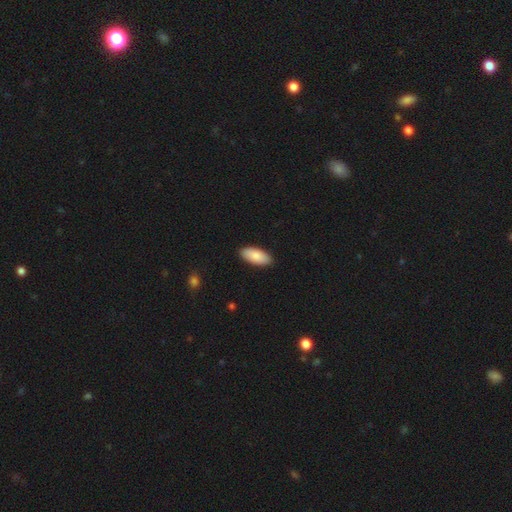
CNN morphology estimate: Smooth or featured? smooth (87%)
How rounded? in between (90%)
Merging? none (90%)